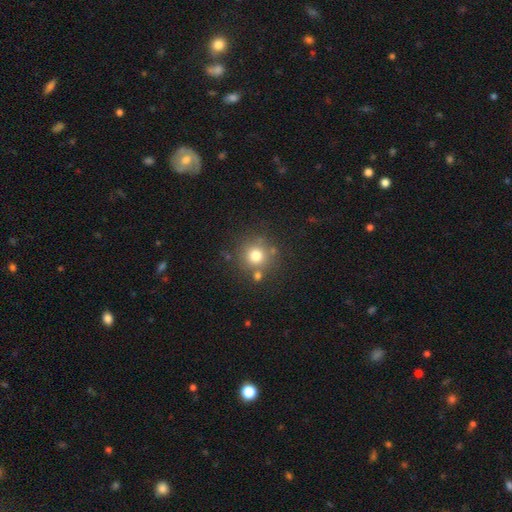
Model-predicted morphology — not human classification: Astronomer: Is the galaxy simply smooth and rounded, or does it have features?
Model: smooth — 76%.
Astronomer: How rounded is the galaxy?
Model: round — 93%.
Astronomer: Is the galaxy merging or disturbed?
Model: none — 76%.